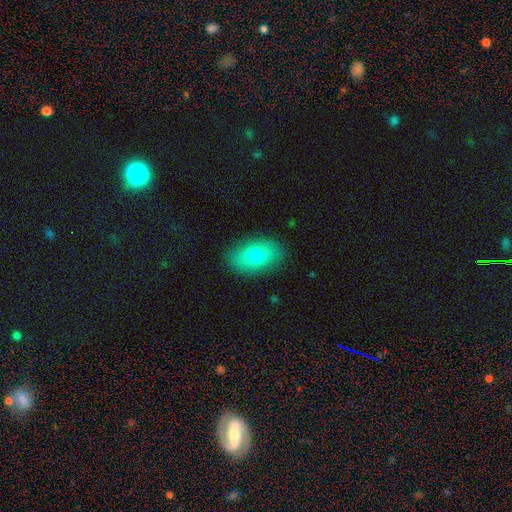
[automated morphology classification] A smooth galaxy with no disk features (78%) that is in between round and cigar-shaped (89%). Merging: none (86%).